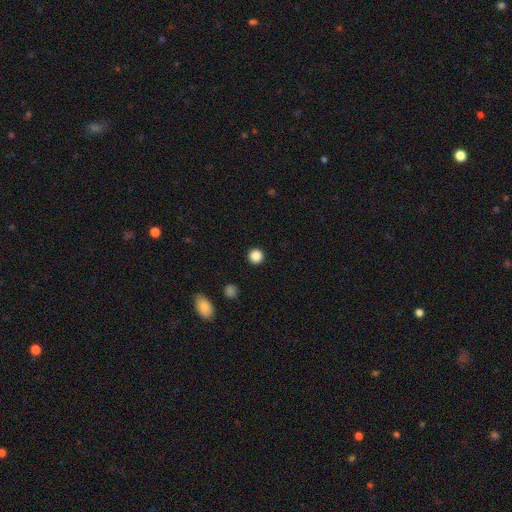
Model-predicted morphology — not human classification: This appears to be a smooth galaxy with no disk features (87%) that is round (96%). Merging: none (93%).